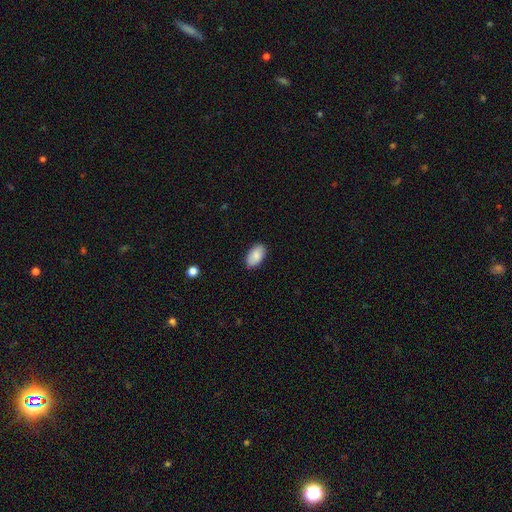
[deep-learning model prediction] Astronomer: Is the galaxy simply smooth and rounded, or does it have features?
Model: smooth — 88%.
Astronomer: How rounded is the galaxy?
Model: in between — 95%.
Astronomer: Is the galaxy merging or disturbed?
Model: none — 87%.